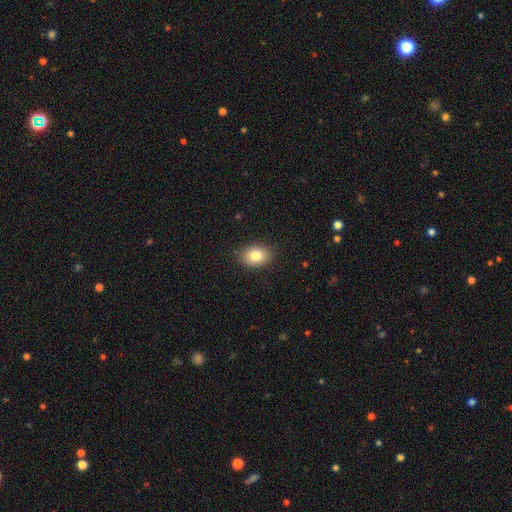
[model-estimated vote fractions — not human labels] The model was most divided on "how rounded": in between: 71%, round: 28%, cigar-shaped: 1%. More confident: merging — none (87%); smooth or featured — smooth (82%).